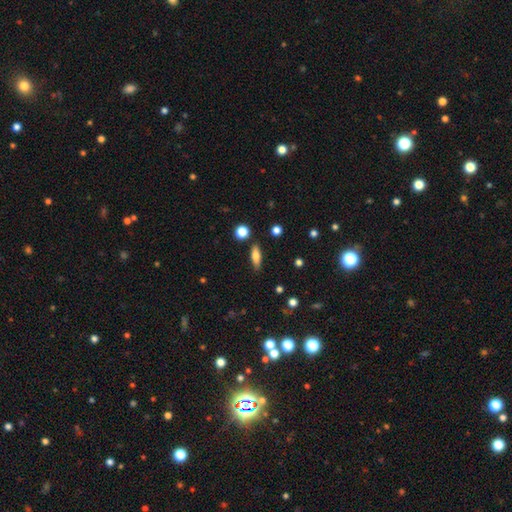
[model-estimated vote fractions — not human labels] A smooth galaxy with no disk features (73%) that is in between round and cigar-shaped (51%).

Vote fractions:
- Smooth or featured? smooth: 73% / featured or disk: 19% / star or artifact: 8%
- How rounded? in between: 51% / cigar-shaped: 45% / round: 4%
- Merging? none: 82% / minor disturbance: 12% / merger: 3% / major disturbance: 3%